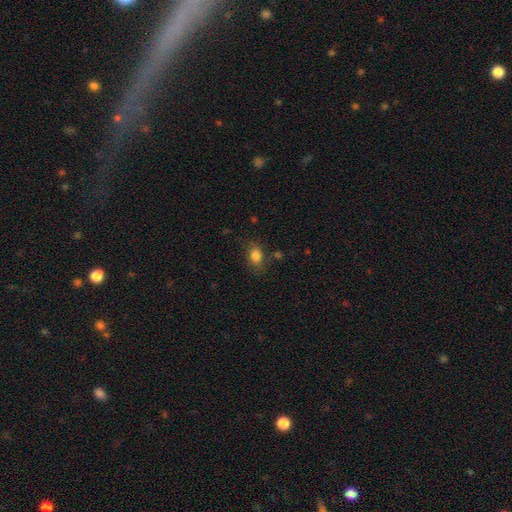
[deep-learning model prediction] Q: Smooth or featured?
A: smooth (82%); runner-up: star or artifact (10%)
Q: How rounded?
A: in between (68%); runner-up: round (30%)
Q: Merging?
A: none (72%); runner-up: minor disturbance (18%)